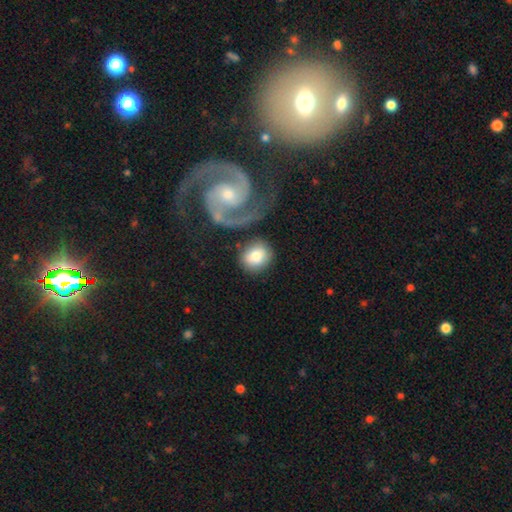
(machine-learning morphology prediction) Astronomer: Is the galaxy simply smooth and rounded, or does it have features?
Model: smooth — 70%.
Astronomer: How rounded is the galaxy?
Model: round — 75%.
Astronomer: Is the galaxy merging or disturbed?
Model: none — 64%.